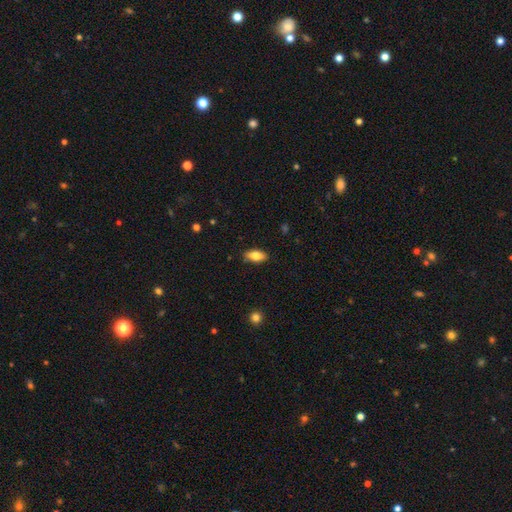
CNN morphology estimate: Overall: smooth (78%). How rounded: in between (87%). Merging: none (85%).